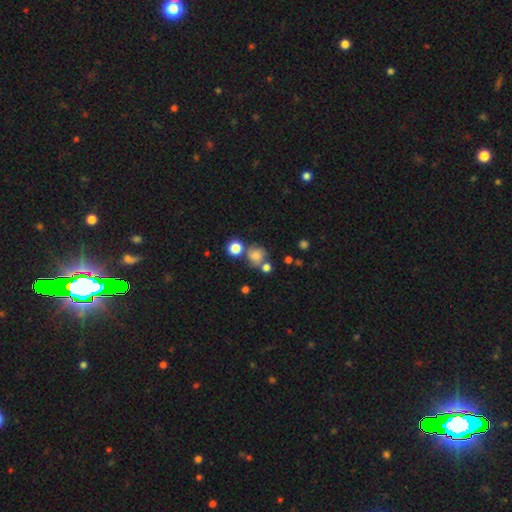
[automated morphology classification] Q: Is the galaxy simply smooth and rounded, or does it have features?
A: smooth — 73%.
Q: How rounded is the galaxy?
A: round — 79%.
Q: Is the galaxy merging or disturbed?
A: none — 54%.